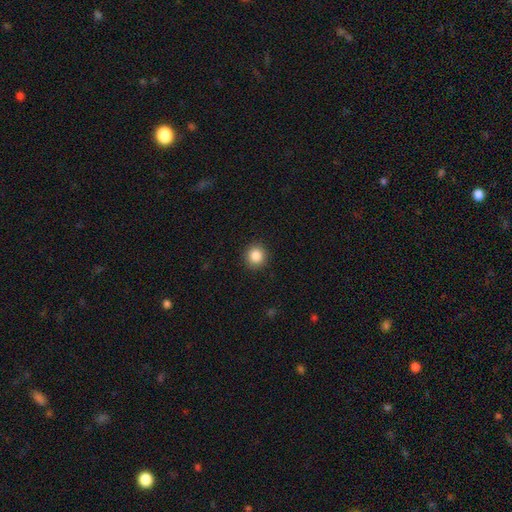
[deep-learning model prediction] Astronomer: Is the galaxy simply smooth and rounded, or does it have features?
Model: smooth — 87%.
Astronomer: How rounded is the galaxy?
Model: round — 91%.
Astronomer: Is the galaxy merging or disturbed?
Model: none — 91%.